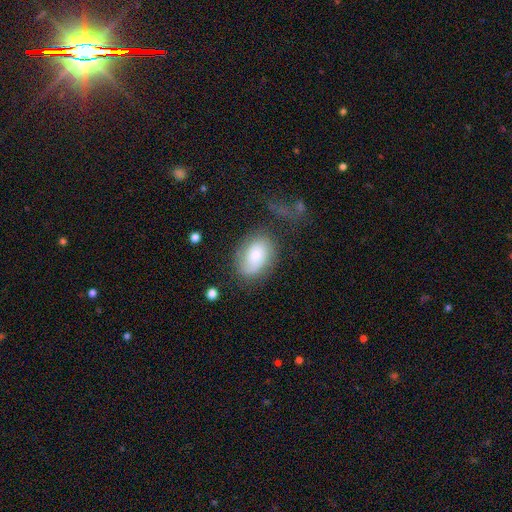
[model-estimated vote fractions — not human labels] The model was most divided on "smooth or featured": smooth: 64%, featured or disk: 28%, star or artifact: 8%. More confident: how rounded — in between (84%); merging — none (61%).